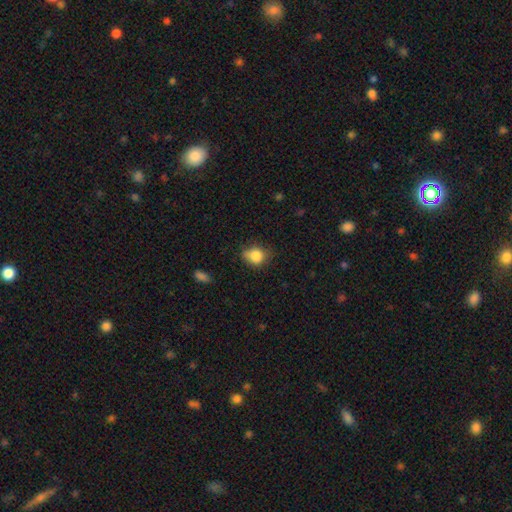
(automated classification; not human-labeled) Smooth or featured? smooth (83%)
How rounded? round (61%)
Merging? none (54%)